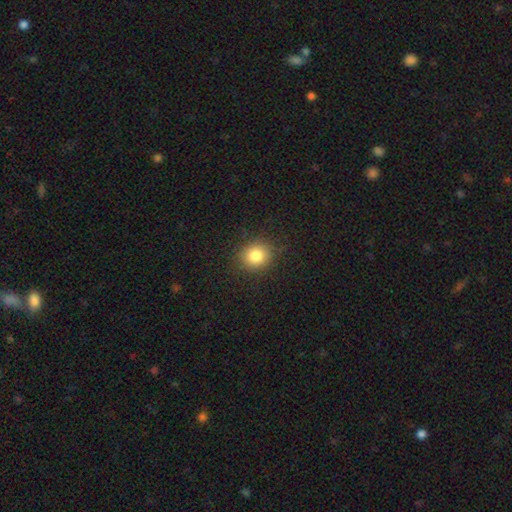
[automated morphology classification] Smooth or featured?
  - smooth: 83% *
  - star or artifact: 11%
  - featured or disk: 6%
How rounded?
  - round: 78% *
  - in between: 21%
  - cigar-shaped: 1%
Merging?
  - none: 87% *
  - minor disturbance: 9%
  - major disturbance: 3%
  - merger: 1%